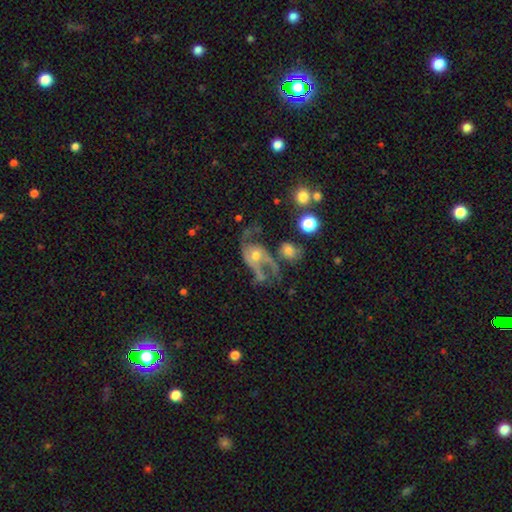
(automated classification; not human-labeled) smooth_or_featured: featured or disk (p=0.75) [alt: smooth p=0.16]
disk_edge_on: no (p=0.96) [alt: yes p=0.04]
bar: no (p=0.71) [alt: weak p=0.22]
has_spiral_arms: yes (p=0.81) [alt: no p=0.19]
spiral_winding: loose (p=0.61) [alt: medium p=0.30]
spiral_arm_count: 2 (p=0.69) [alt: 1 p=0.11]
bulge_size: moderate (p=0.60) [alt: small p=0.31]
merging: major disturbance (p=0.39) [alt: none p=0.27]